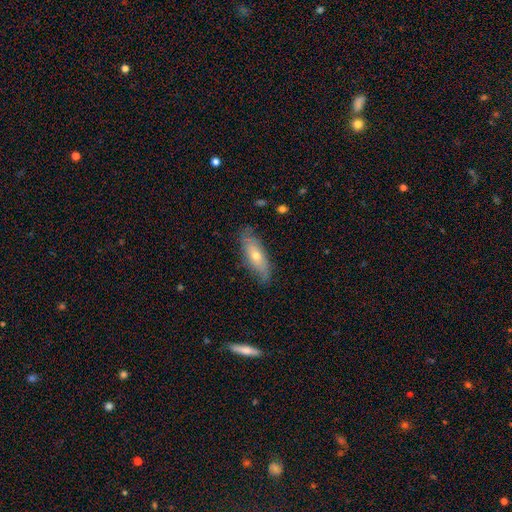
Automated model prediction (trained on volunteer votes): smooth-or-featured: smooth: 47% | featured or disk: 46% | star or artifact: 7%
  merging: none: 77% | minor disturbance: 18% | major disturbance: 4% | merger: 1%